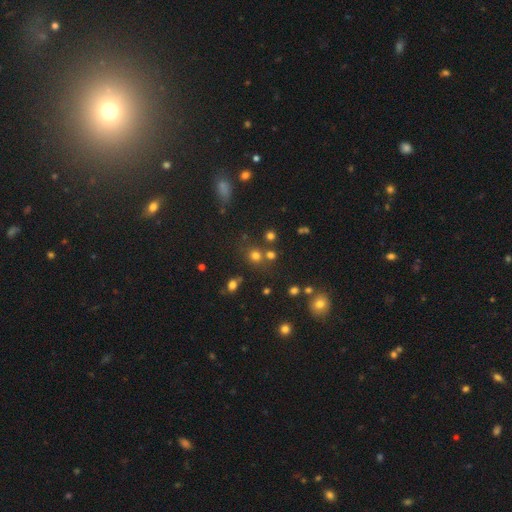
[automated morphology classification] smooth 67%, star or artifact 25%, featured or disk 8%. Down the decision tree: how rounded — round (86%); merging — none (70%).